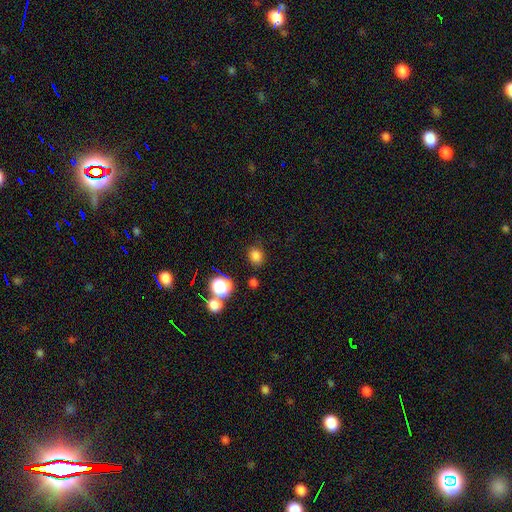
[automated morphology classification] type=smooth (77%); roundness=round (60%); merging=none (80%).